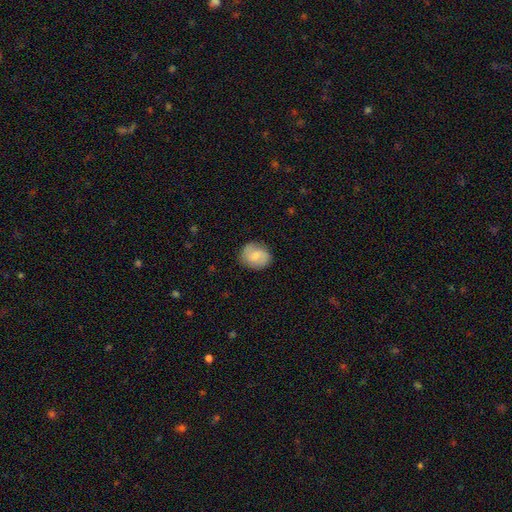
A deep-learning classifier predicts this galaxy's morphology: Smooth or featured: smooth — 58% (featured or disk — 35%)
How rounded: round — 68% (in between — 31%)
Merging: none — 81% (minor disturbance — 15%)